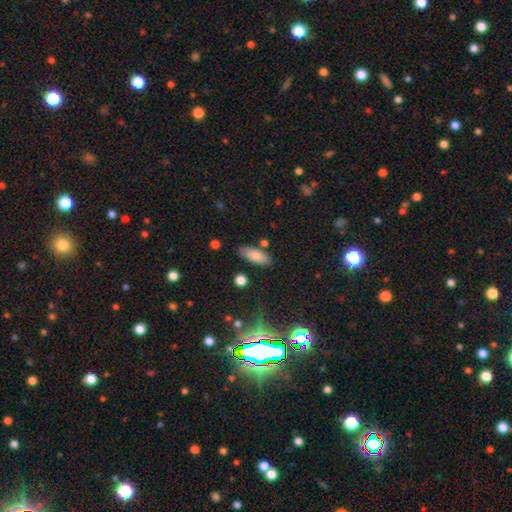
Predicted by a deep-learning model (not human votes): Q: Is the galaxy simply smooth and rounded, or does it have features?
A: smooth — 83%.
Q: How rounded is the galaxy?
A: in between — 77%.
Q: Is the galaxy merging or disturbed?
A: none — 82%.